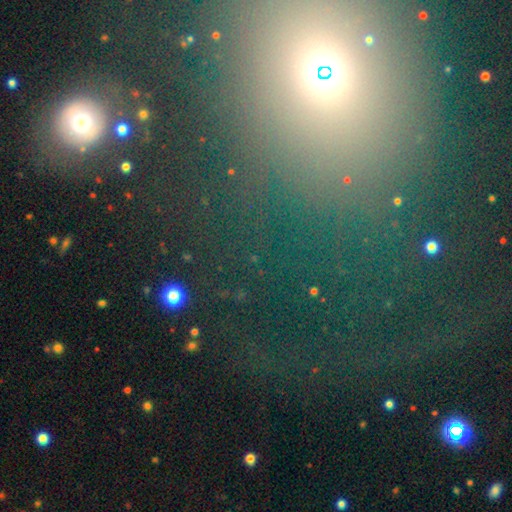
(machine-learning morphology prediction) The model was most divided on "smooth or featured": star or artifact: 51%, smooth: 32%, featured or disk: 16%.